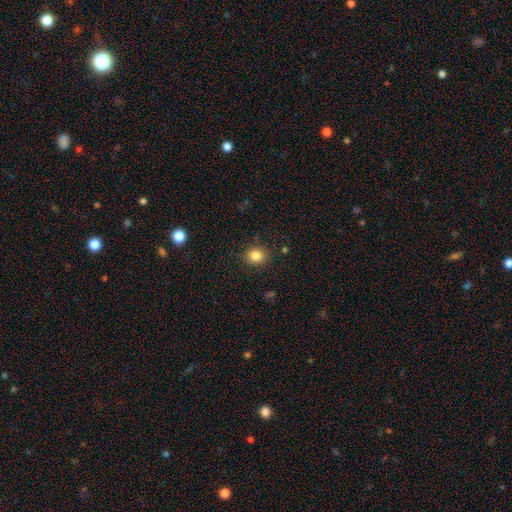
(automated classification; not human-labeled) Smooth or featured: smooth — 84% (star or artifact — 11%)
How rounded: round — 82% (in between — 17%)
Merging: none — 88% (minor disturbance — 8%)